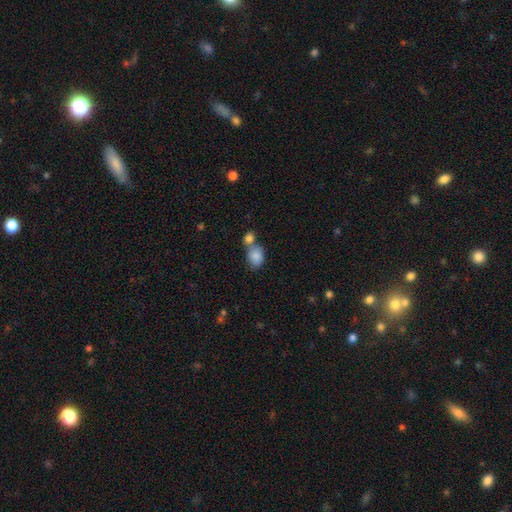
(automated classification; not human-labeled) The model was most divided on "merging": merger: 45%, none: 39%, minor disturbance: 12%, major disturbance: 5%. More confident: smooth or featured — smooth (86%); how rounded — in between (68%).